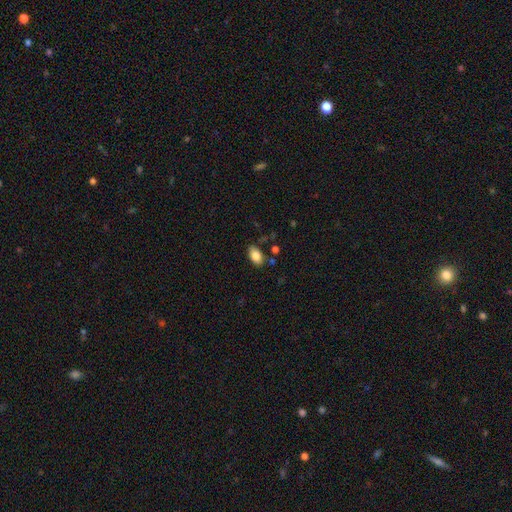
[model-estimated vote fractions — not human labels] Morphology: type=smooth (84%); roundness=in between (92%); merging=none (80%).